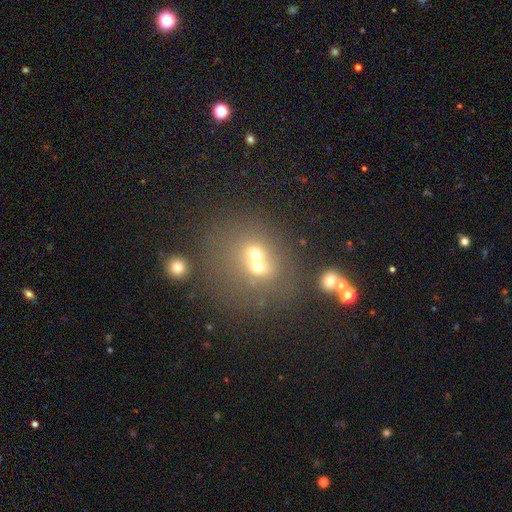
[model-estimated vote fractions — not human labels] The model was most divided on "merging": merger: 51%, none: 35%, minor disturbance: 8%, major disturbance: 5%. More confident: how rounded — round (72%); smooth or featured — smooth (55%).